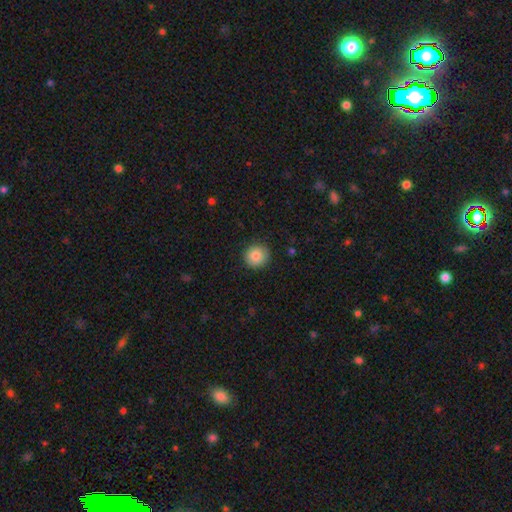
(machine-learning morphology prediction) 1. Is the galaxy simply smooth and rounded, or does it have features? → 86% smooth, 8% star or artifact, 6% featured or disk.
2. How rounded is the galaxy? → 92% round, 7% in between, 1% cigar-shaped.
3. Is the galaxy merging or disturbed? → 89% none, 8% minor disturbance, 2% major disturbance, 1% merger.